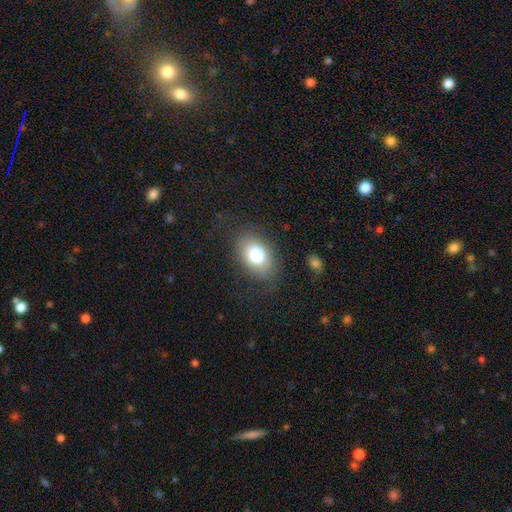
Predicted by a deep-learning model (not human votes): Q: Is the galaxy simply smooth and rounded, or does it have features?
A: smooth — 78%.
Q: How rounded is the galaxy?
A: in between — 85%.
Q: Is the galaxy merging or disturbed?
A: none — 77%.